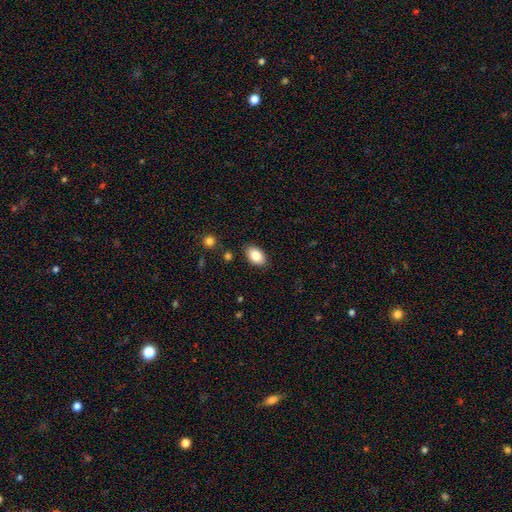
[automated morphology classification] smooth-or-featured: smooth: 85% | featured or disk: 8% | star or artifact: 7%
  how-rounded: in between: 91% | round: 8% | cigar-shaped: 1%
  merging: none: 87% | minor disturbance: 9% | major disturbance: 2% | merger: 2%